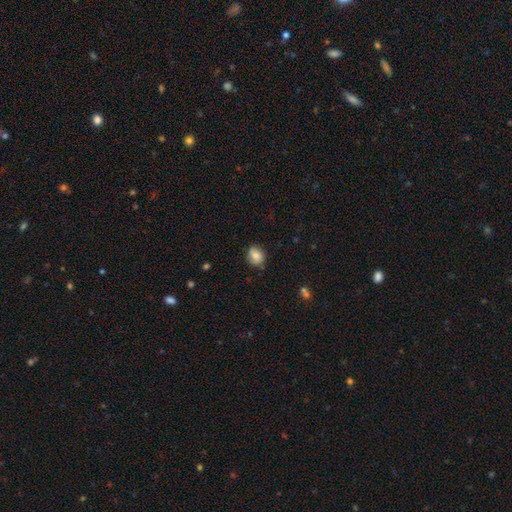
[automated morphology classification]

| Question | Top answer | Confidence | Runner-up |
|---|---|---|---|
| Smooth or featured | smooth | 77% | featured or disk (14%) |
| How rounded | round | 56% | in between (43%) |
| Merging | none | 72% | minor disturbance (22%) |